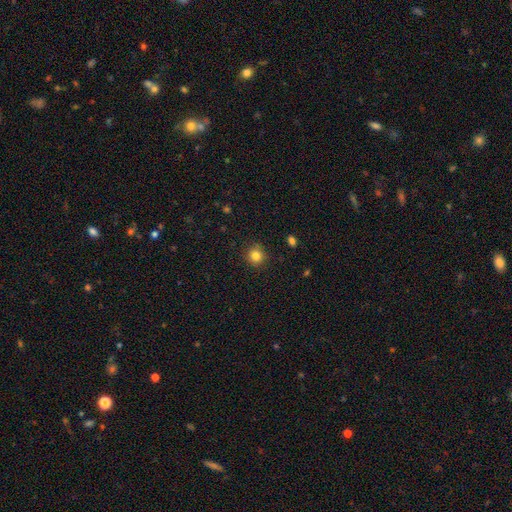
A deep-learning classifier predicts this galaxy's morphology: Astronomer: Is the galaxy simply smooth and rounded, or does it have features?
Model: smooth — 82%.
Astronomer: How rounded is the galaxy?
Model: round — 91%.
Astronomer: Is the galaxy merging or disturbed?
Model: none — 89%.